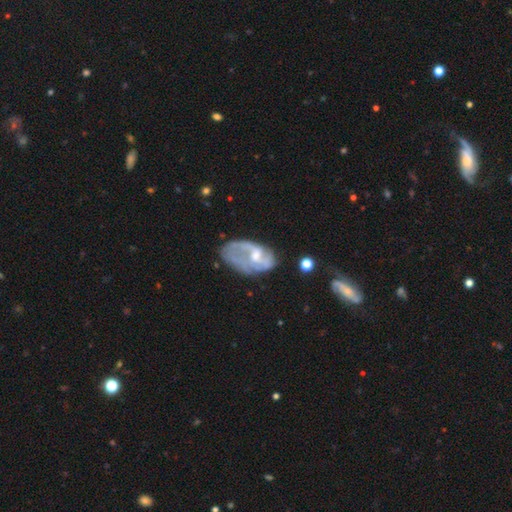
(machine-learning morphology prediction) This appears to be a featured or disk galaxy (64%) with no bar (65%), no spiral arms (50%, tied with yes) and a moderate central bulge (47%). Merging: none (35%).